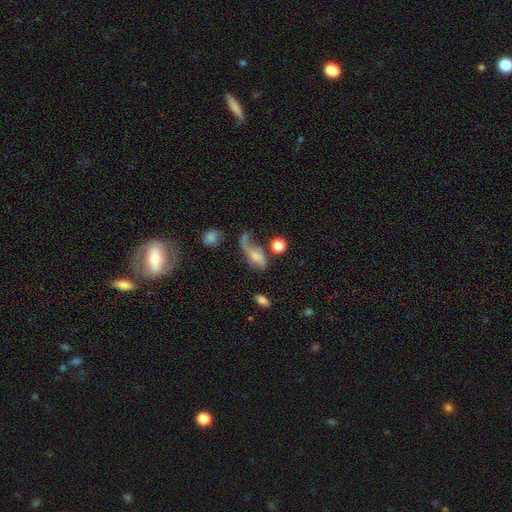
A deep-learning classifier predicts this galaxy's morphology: This is possibly a smooth galaxy (45%, tied with featured or disk). Merging: marginally major disturbance (40%).